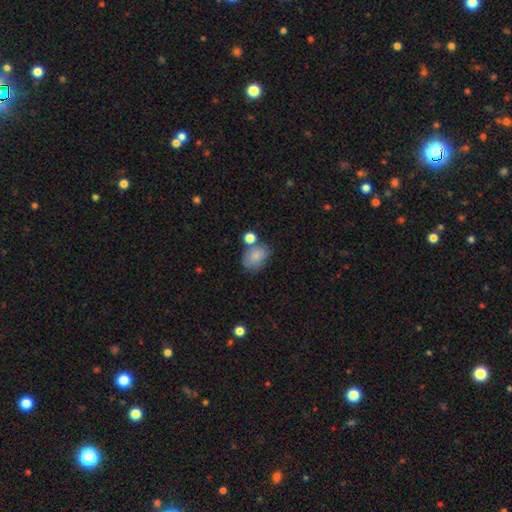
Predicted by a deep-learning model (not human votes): The model was most divided on "merging": none: 56%, minor disturbance: 19%, merger: 19%, major disturbance: 6%. More confident: smooth or featured — smooth (81%); how rounded — in between (74%).